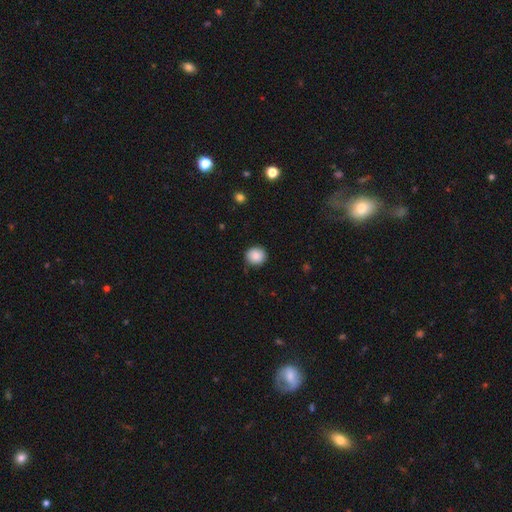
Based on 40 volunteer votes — Q: Smooth or featured?
A: smooth (85%); runner-up: star or artifact (10%)
Q: How rounded?
A: round (97%); runner-up: in between (3%)
Q: Merging?
A: none (92%); runner-up: major disturbance (6%)